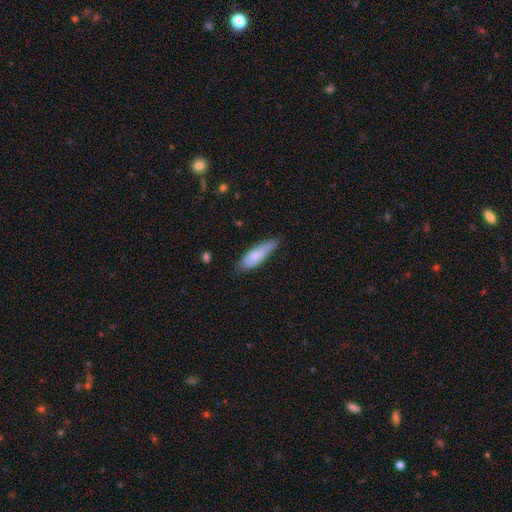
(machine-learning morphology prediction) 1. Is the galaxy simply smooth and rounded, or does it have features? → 81% smooth, 14% featured or disk, 6% star or artifact.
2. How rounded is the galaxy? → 55% cigar-shaped, 43% in between, 2% round.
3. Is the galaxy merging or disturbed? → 70% none, 24% minor disturbance, 4% major disturbance, 2% merger.